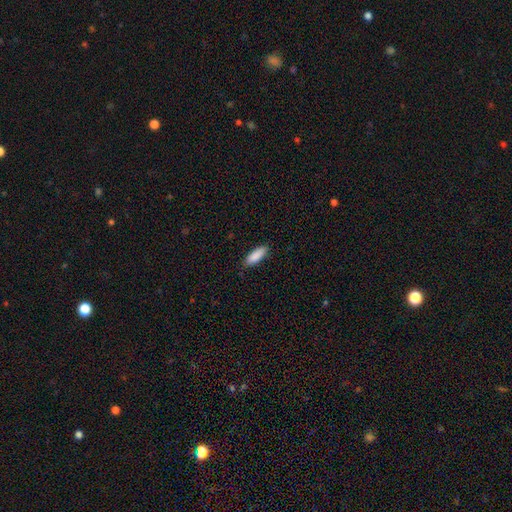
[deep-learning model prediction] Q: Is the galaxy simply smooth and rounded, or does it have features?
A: smooth — 89%.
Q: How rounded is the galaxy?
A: in between — 60%.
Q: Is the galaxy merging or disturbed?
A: none — 84%.